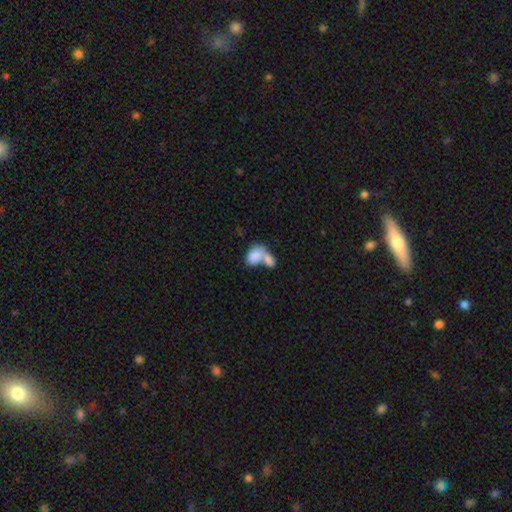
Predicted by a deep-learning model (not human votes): Q: Smooth or featured?
A: smooth (83%); runner-up: featured or disk (11%)
Q: How rounded?
A: in between (88%); runner-up: round (10%)
Q: Merging?
A: merger (69%); runner-up: none (18%)